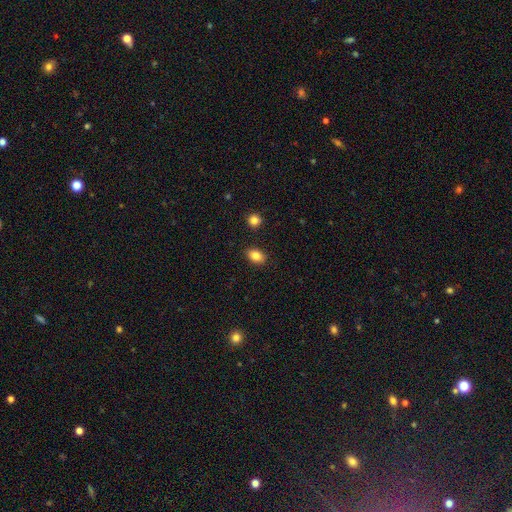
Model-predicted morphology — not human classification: A smooth galaxy with no disk features (85%) that is in between round and cigar-shaped (81%).

Vote fractions:
- Smooth or featured? smooth: 85% / star or artifact: 9% / featured or disk: 7%
- How rounded? in between: 81% / round: 17% / cigar-shaped: 2%
- Merging? none: 88% / minor disturbance: 8% / major disturbance: 2% / merger: 2%